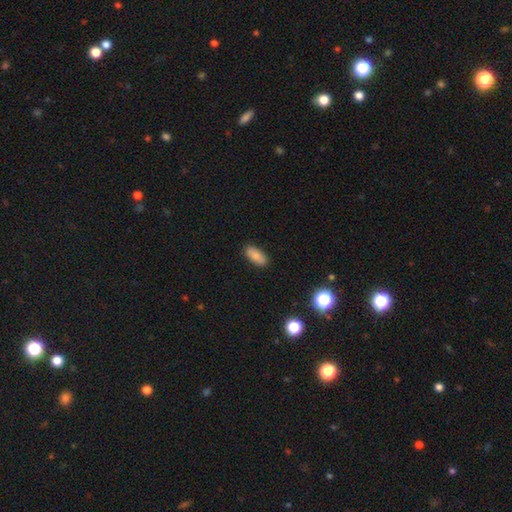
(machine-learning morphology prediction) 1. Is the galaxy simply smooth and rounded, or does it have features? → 84% smooth, 8% star or artifact, 8% featured or disk.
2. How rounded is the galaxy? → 87% in between, 10% cigar-shaped, 3% round.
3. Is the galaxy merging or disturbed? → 88% none, 9% minor disturbance, 2% major disturbance, 1% merger.